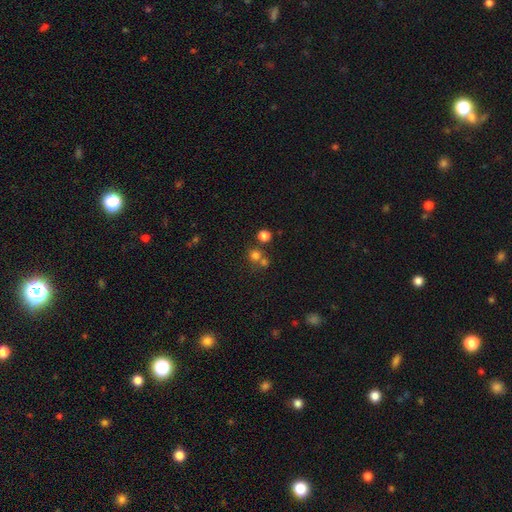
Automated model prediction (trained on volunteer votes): Smooth or featured? Predicted: smooth (p=0.71). How rounded? Predicted: round (p=0.89). Merging? Predicted: none (p=0.59).